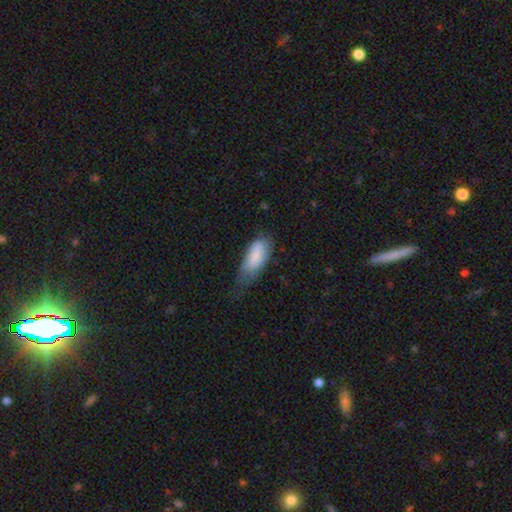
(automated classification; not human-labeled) smooth_or_featured: smooth (p=0.79) [alt: featured or disk p=0.15]
how_rounded: in between (p=0.84) [alt: cigar-shaped p=0.14]
merging: minor disturbance (p=0.42) [alt: major disturbance p=0.28]